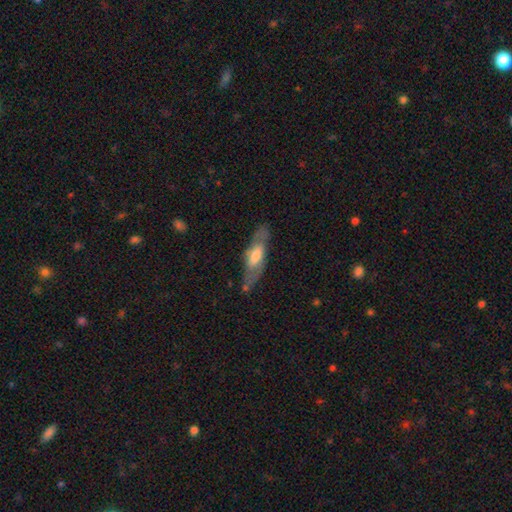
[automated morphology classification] A featured or disk galaxy (57%). Merging: none (75%).